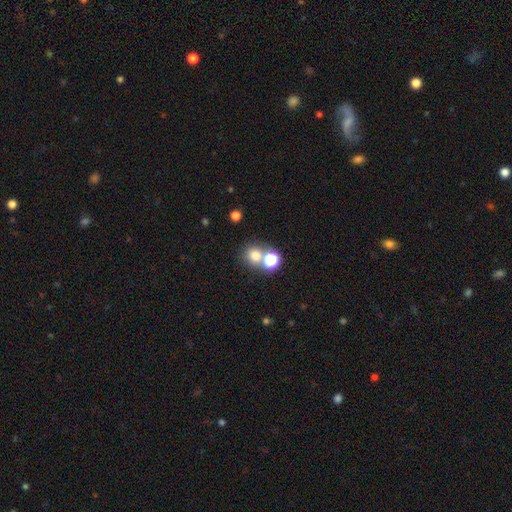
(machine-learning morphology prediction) This appears to be a smooth galaxy with no disk features (73%) that is round (85%). Merging: none (57%).